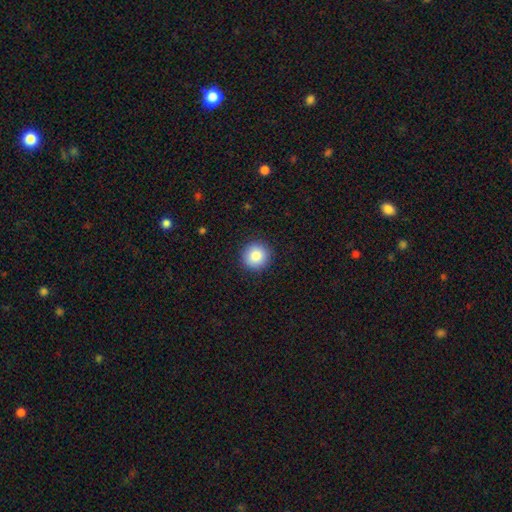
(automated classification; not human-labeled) The model was most divided on "smooth or featured": smooth: 86%, star or artifact: 9%, featured or disk: 5%. More confident: how rounded — round (95%); merging — none (92%).